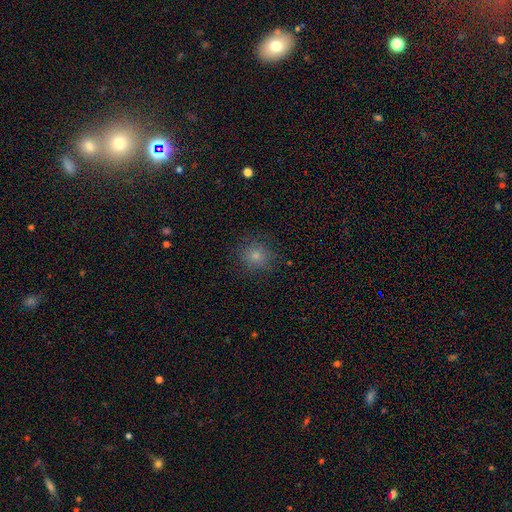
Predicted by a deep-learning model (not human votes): This is likely a smooth galaxy (69%). How rounded: clearly round (89%). Merging: clearly none (86%).